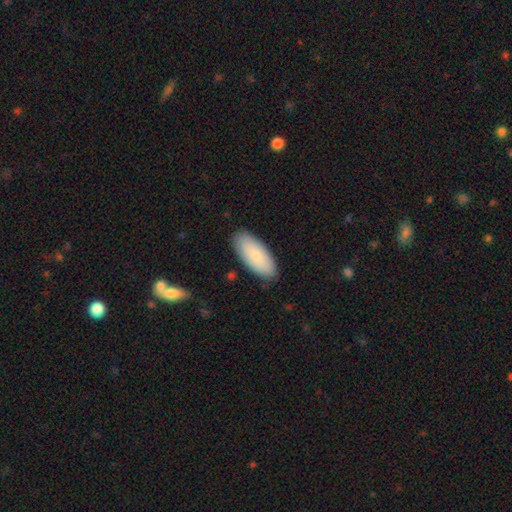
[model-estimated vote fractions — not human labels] Overall: smooth (84%). How rounded: in between (87%). Merging: none (86%).